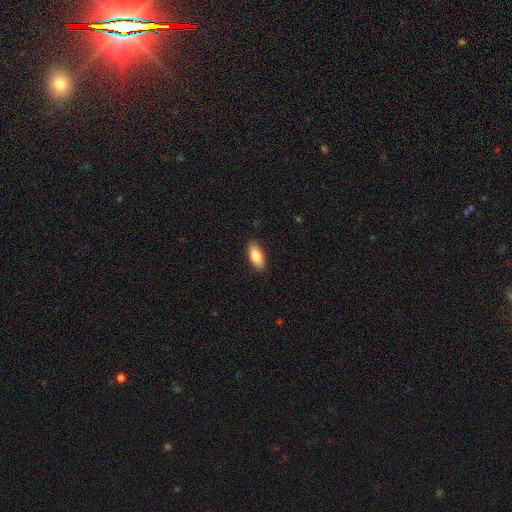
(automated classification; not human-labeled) Smooth or featured? smooth (87%)
How rounded? in between (87%)
Merging? none (88%)